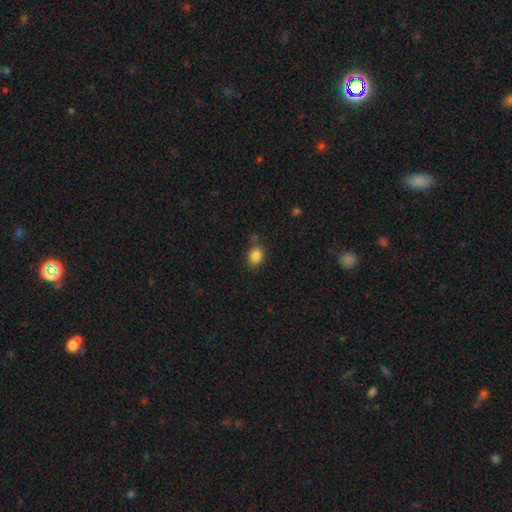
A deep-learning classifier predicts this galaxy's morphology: smooth 85%, star or artifact 10%, featured or disk 5%. Down the decision tree: how rounded — round (53%); merging — none (72%).